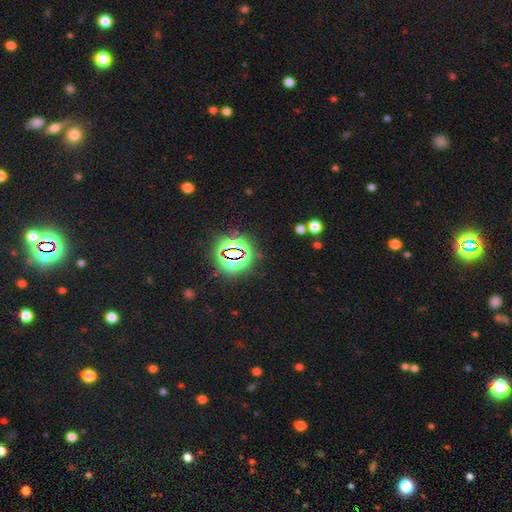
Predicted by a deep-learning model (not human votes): A star or artifact, not a galaxy (78%).